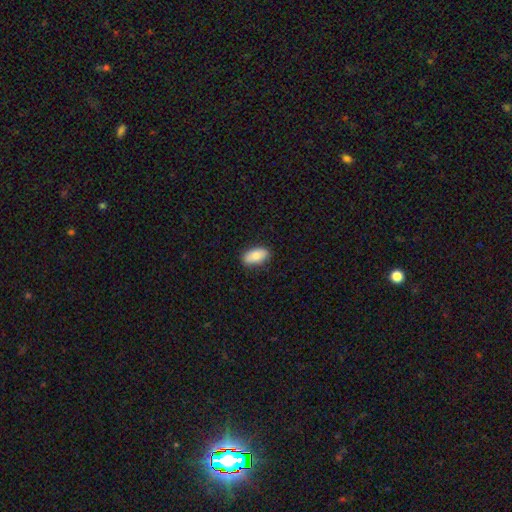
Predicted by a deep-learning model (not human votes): This appears to be a smooth galaxy with no disk features (82%) that is in between round and cigar-shaped (92%). Merging: none (86%).